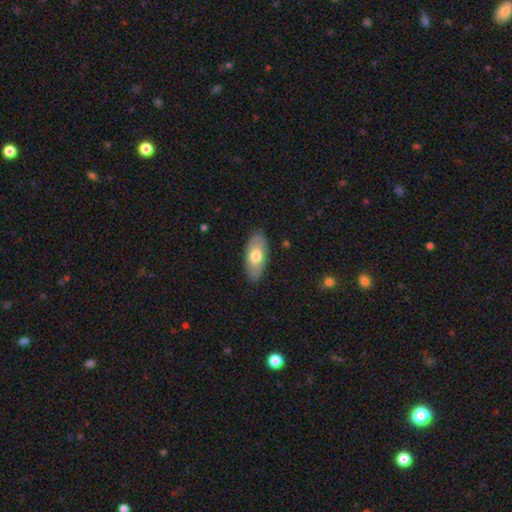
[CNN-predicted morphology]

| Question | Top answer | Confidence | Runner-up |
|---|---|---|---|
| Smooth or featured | smooth | 67% | featured or disk (27%) |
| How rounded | in between | 89% | cigar-shaped (8%) |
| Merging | none | 86% | minor disturbance (11%) |